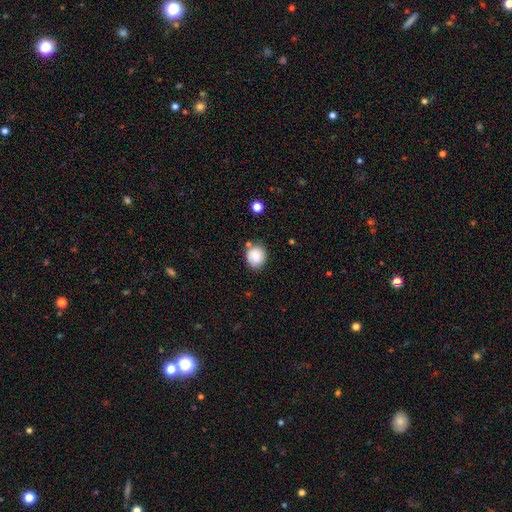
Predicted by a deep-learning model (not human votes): A smooth galaxy with no disk features (79%) that is round (80%). Merging: none (74%).